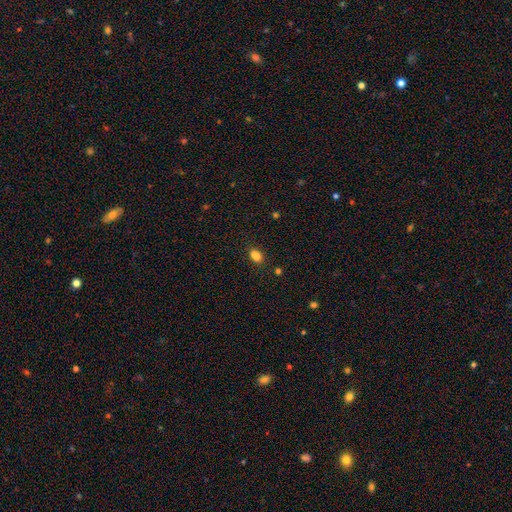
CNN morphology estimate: smooth-or-featured: smooth: 83% | star or artifact: 12% | featured or disk: 4%
  how-rounded: in between: 79% | round: 19% | cigar-shaped: 2%
  merging: none: 82% | minor disturbance: 11% | merger: 4% | major disturbance: 3%